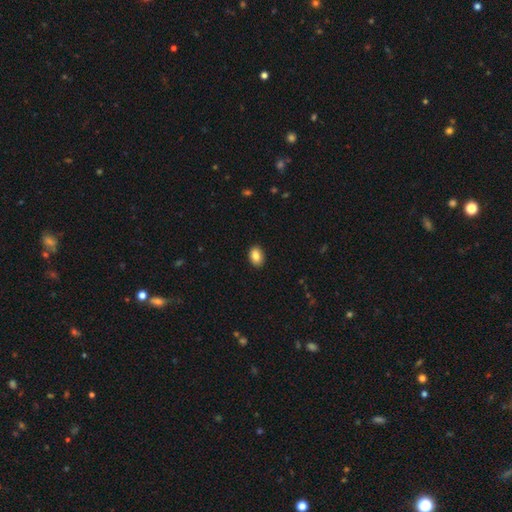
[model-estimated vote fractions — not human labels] A smooth galaxy with no disk features (86%) that is in between round and cigar-shaped (81%). Merging: none (90%).